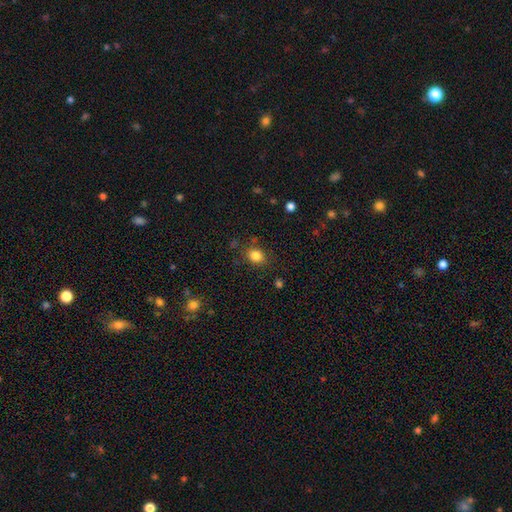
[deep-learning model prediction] The model was most divided on "how rounded": round: 62%, in between: 37%, cigar-shaped: 1%. More confident: smooth or featured — smooth (84%); merging — none (81%).